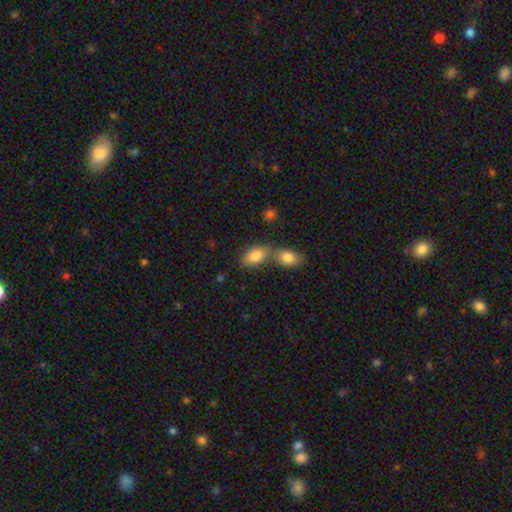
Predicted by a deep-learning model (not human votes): Smooth or featured?
  - smooth: 82% *
  - featured or disk: 10%
  - star or artifact: 7%
How rounded?
  - in between: 91% *
  - round: 7%
  - cigar-shaped: 2%
Merging?
  - merger: 47% *
  - none: 40%
  - minor disturbance: 10%
  - major disturbance: 3%